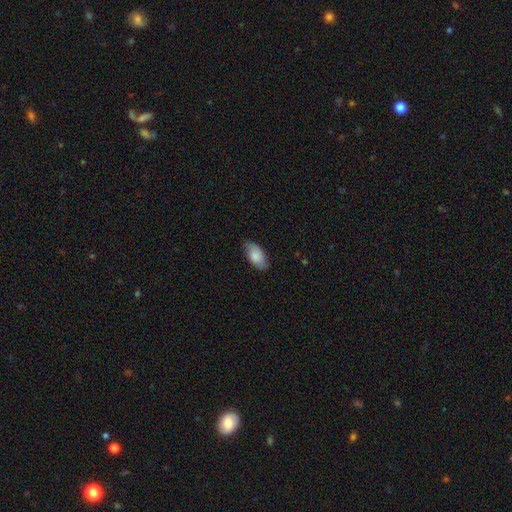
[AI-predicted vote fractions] Morphology: type=smooth (78%); roundness=in between (94%); merging=none (76%).